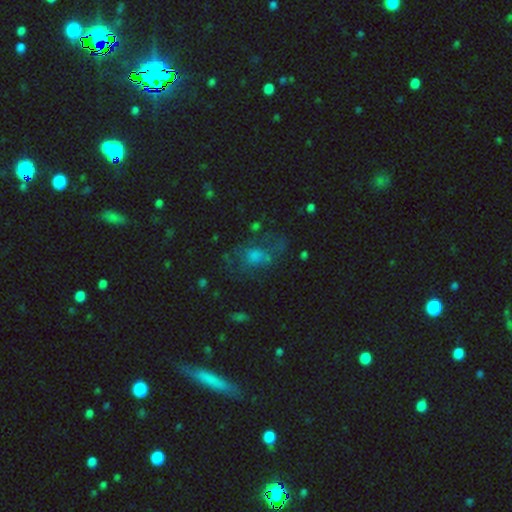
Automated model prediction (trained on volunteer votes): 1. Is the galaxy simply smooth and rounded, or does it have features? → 52% smooth, 31% featured or disk, 17% star or artifact.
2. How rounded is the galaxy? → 65% in between, 32% round, 2% cigar-shaped.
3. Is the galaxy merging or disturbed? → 44% none, 30% major disturbance, 22% minor disturbance, 5% merger.